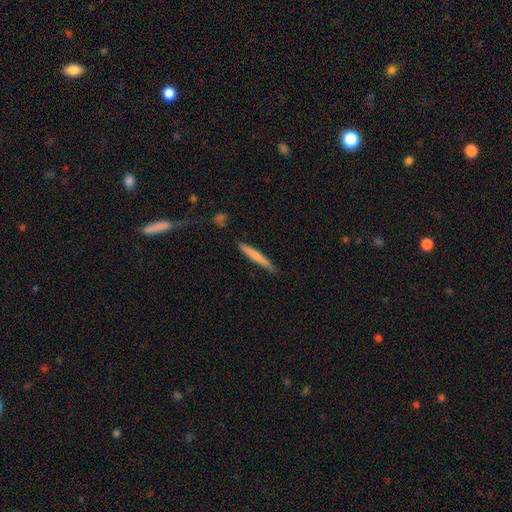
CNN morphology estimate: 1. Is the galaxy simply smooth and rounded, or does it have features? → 71% smooth, 24% featured or disk, 6% star or artifact.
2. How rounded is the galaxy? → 96% cigar-shaped, 3% in between, 1% round.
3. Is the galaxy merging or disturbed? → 86% none, 11% minor disturbance, 2% major disturbance, 2% merger.